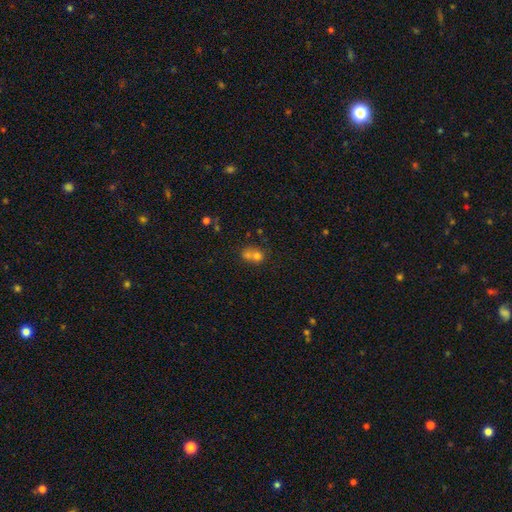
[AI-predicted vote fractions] Smooth or featured: smooth — 65% (featured or disk — 18%)
How rounded: round — 66% (in between — 33%)
Merging: merger — 58% (none — 29%)